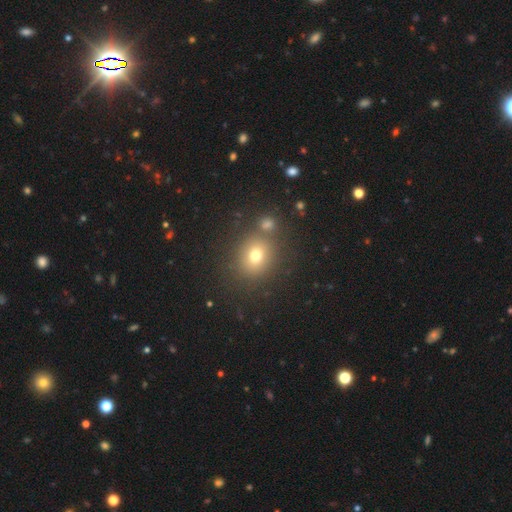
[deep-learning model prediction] This is likely a smooth galaxy (73%). How rounded: likely round (71%). Merging: likely none (73%).